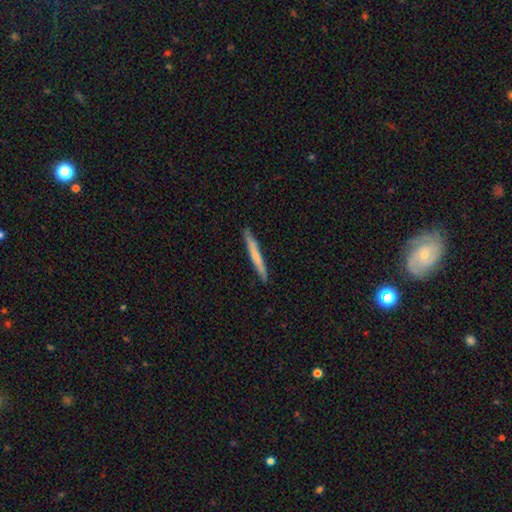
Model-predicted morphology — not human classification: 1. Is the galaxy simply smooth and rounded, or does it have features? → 60% smooth, 35% featured or disk, 5% star or artifact.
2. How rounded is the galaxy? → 97% cigar-shaped, 2% in between, 1% round.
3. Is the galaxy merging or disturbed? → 89% none, 8% minor disturbance, 1% major disturbance, 1% merger.